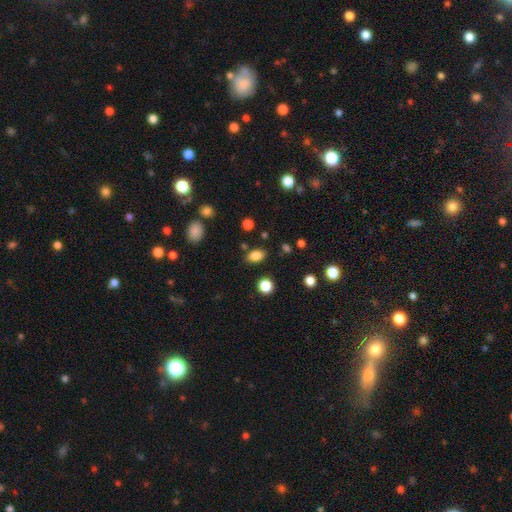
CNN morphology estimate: This is clearly a smooth galaxy (83%). How rounded: clearly in between (83%). Merging: clearly none (83%).